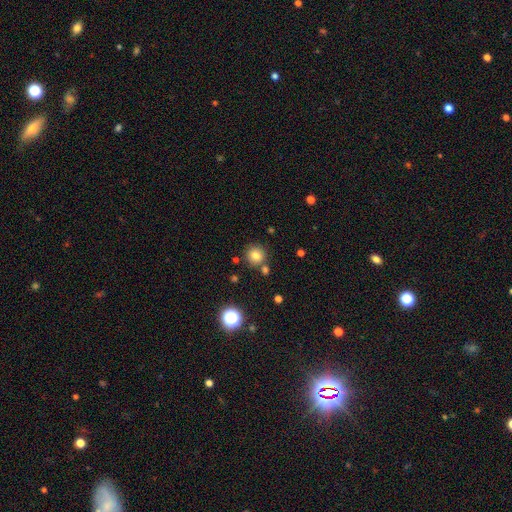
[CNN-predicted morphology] This appears to be a smooth galaxy with no disk features (78%) that is round (93%). Merging: none (80%).